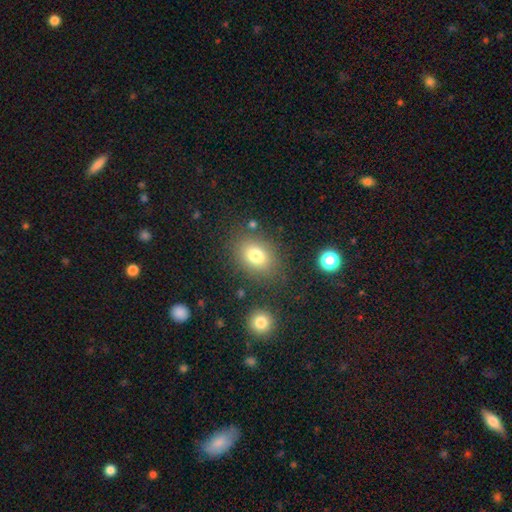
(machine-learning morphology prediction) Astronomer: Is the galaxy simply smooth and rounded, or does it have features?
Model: smooth — 78%.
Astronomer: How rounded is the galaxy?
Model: in between — 65%.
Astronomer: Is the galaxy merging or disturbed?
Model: none — 79%.